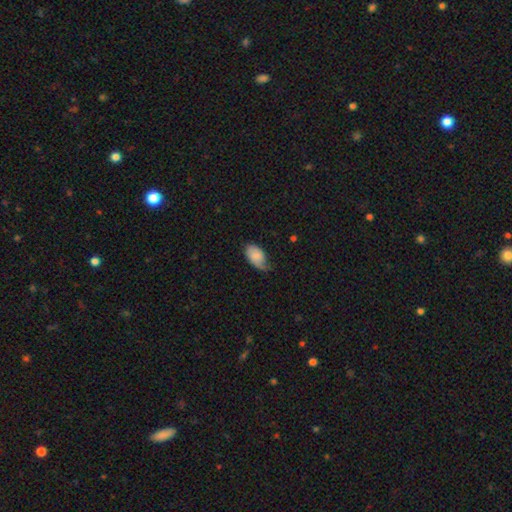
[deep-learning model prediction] Q: Smooth or featured?
A: smooth (78%); runner-up: featured or disk (16%)
Q: How rounded?
A: in between (93%); runner-up: round (5%)
Q: Merging?
A: minor disturbance (45%); runner-up: none (39%)